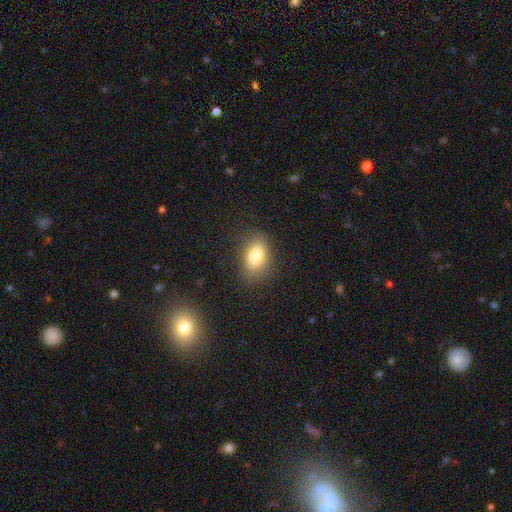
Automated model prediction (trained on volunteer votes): Smooth or featured: smooth — 82% (star or artifact — 9%)
How rounded: in between — 83% (round — 15%)
Merging: none — 81% (minor disturbance — 13%)